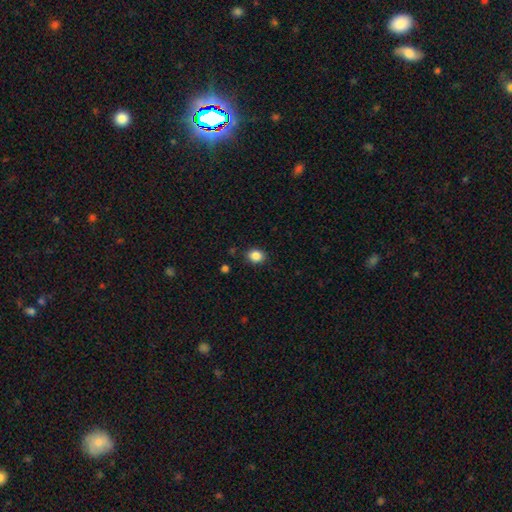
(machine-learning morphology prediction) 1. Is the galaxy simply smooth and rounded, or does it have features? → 86% smooth, 10% star or artifact, 4% featured or disk.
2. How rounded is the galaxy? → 57% round, 42% in between, 1% cigar-shaped.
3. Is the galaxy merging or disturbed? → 87% none, 9% minor disturbance, 2% major disturbance, 2% merger.